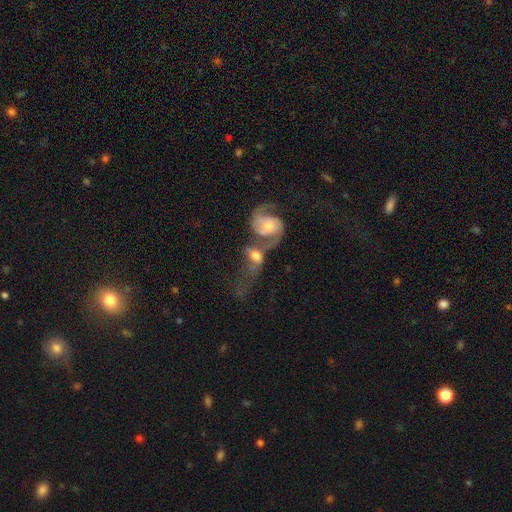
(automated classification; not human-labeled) featured or disk 67%, smooth 26%, star or artifact 7%. Down the decision tree: edge-on disk — no (94%); bar — no (59%); spiral arms — yes (85%); spiral arm count — 2 (82%); spiral winding — loose (56%); bulge size — moderate (53%); merging — merger (68%).